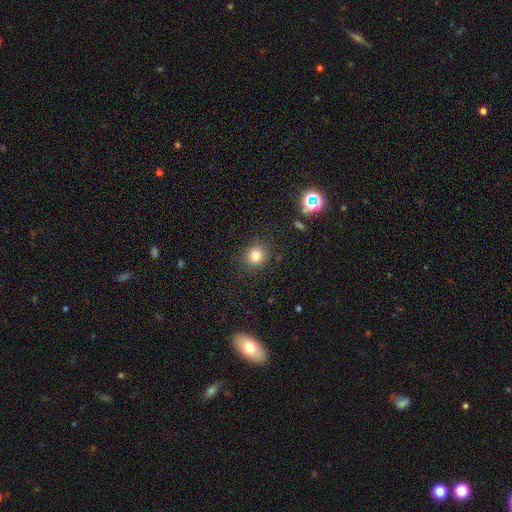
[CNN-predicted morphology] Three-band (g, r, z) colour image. It shows a smooth galaxy with no disk features (80%) that is round (83%). Merging: none (87%).